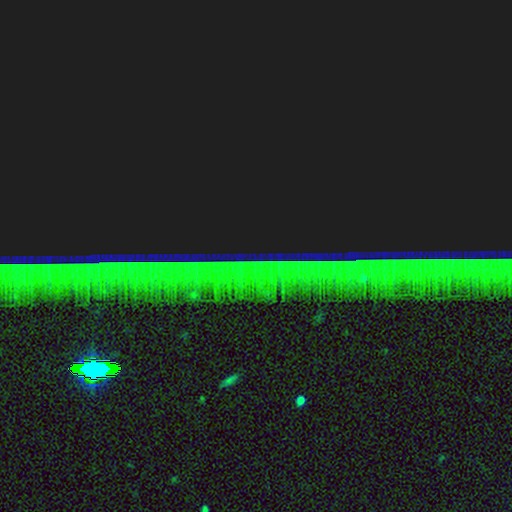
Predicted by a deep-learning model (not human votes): The model was most divided on "smooth or featured": star or artifact: 85%, featured or disk: 8%, smooth: 7%.